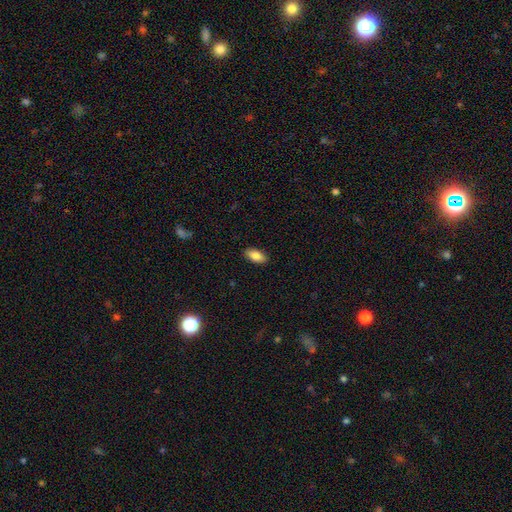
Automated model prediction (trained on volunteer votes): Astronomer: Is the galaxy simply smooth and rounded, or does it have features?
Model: smooth — 85%.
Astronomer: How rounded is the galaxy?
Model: in between — 91%.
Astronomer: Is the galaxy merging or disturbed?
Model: none — 89%.